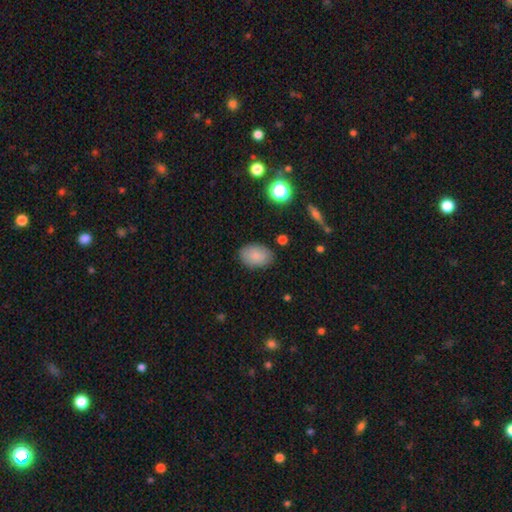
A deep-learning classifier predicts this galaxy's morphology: Smooth or featured?
  - smooth: 84% *
  - star or artifact: 9%
  - featured or disk: 7%
How rounded?
  - in between: 83% *
  - round: 15%
  - cigar-shaped: 1%
Merging?
  - none: 83% *
  - minor disturbance: 12%
  - major disturbance: 3%
  - merger: 1%